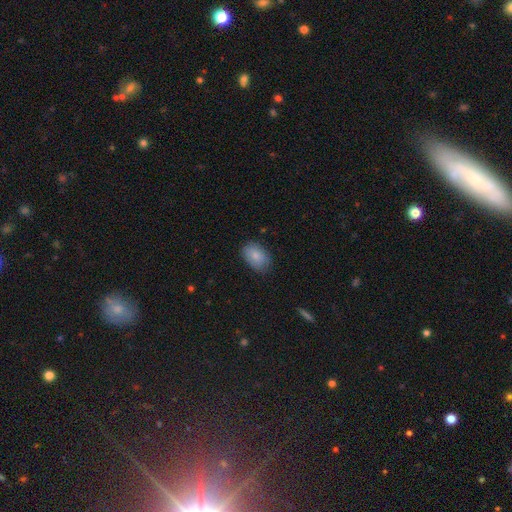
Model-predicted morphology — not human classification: Smooth or featured? Predicted: smooth (p=0.84). How rounded? Predicted: in between (p=0.87). Merging? Predicted: none (p=0.79).